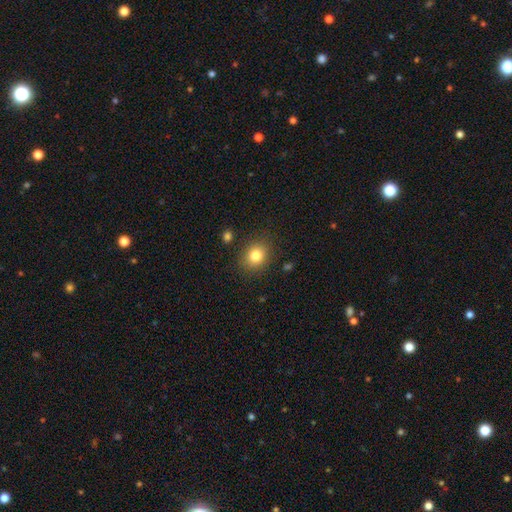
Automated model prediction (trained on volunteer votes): This is clearly a smooth galaxy (82%). How rounded: likely round (63%). Merging: clearly none (85%).